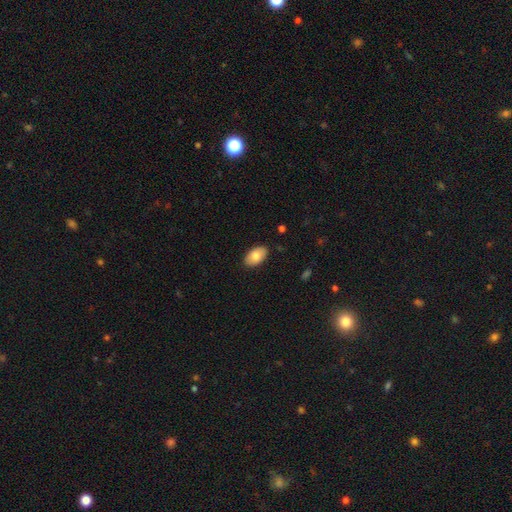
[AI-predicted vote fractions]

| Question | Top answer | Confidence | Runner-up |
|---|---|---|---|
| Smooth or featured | smooth | 81% | featured or disk (13%) |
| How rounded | in between | 94% | round (5%) |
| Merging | none | 88% | minor disturbance (9%) |